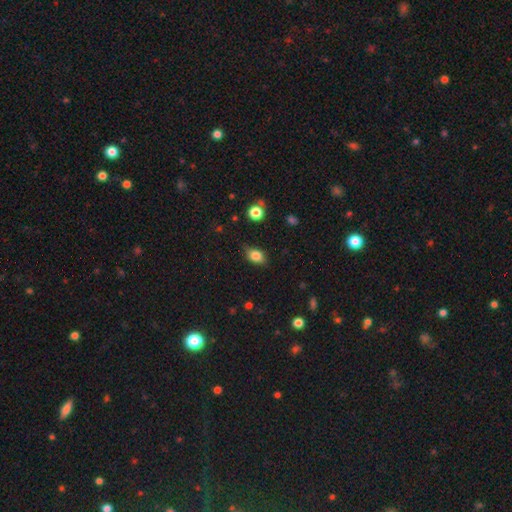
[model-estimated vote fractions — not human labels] Morphology: type=smooth (81%); roundness=in between (77%); merging=none (74%).